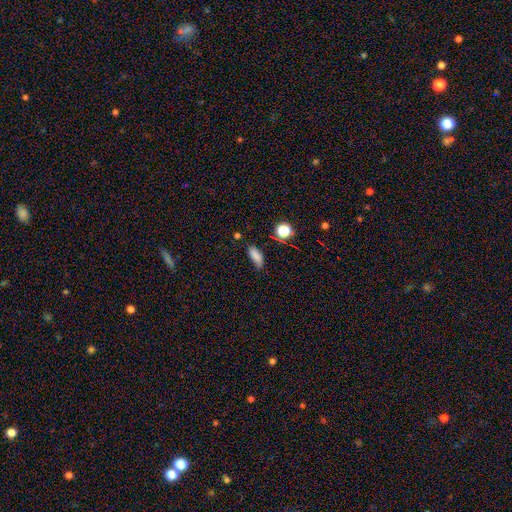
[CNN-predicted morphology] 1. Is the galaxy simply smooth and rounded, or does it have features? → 80% smooth, 13% star or artifact, 7% featured or disk.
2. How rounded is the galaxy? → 71% in between, 22% cigar-shaped, 7% round.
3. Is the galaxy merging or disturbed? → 61% none, 28% minor disturbance, 7% major disturbance, 4% merger.